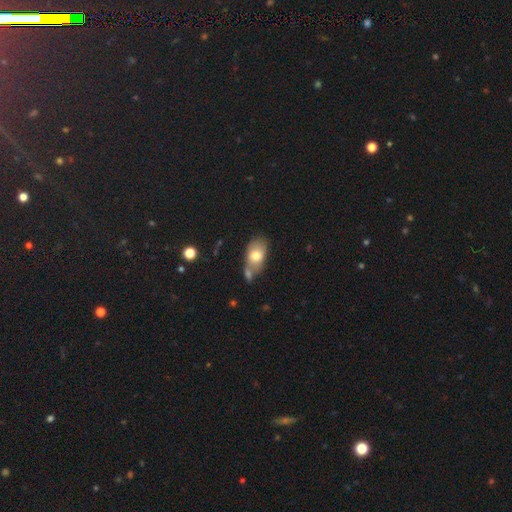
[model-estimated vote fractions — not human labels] smooth-or-featured: smooth: 74% | featured or disk: 19% | star or artifact: 8%
  how-rounded: in between: 87% | round: 11% | cigar-shaped: 2%
  merging: none: 38% | merger: 35% | minor disturbance: 19% | major disturbance: 7%